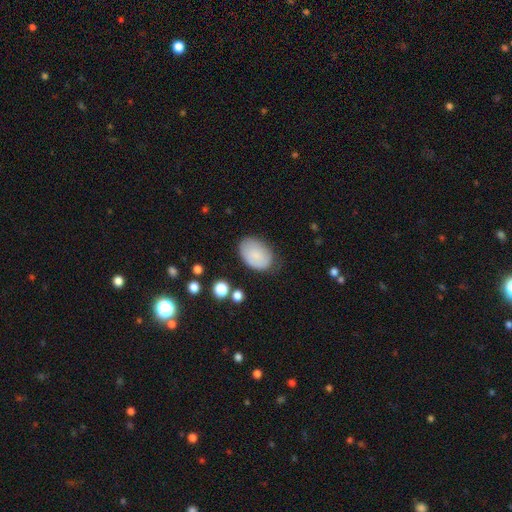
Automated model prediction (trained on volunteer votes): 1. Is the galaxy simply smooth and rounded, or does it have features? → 80% smooth, 14% featured or disk, 7% star or artifact.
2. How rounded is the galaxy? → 87% in between, 12% round, 1% cigar-shaped.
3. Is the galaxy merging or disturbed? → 72% none, 21% minor disturbance, 5% major disturbance, 2% merger.